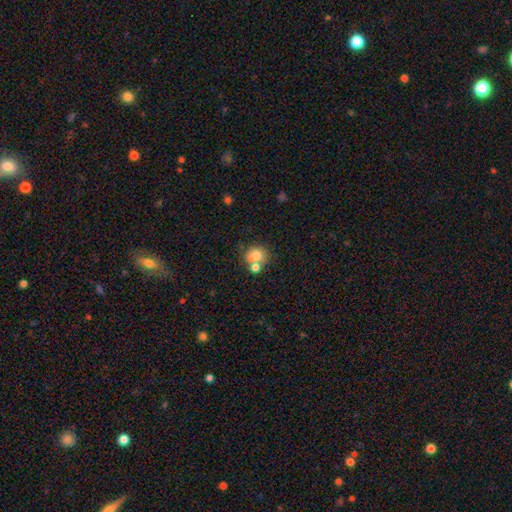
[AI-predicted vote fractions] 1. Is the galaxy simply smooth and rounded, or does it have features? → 75% smooth, 15% featured or disk, 10% star or artifact.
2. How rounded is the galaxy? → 73% round, 26% in between, 1% cigar-shaped.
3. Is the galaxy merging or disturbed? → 44% none, 40% merger, 11% minor disturbance, 5% major disturbance.